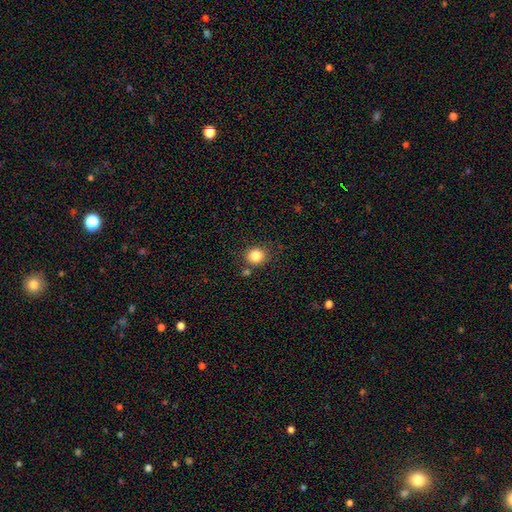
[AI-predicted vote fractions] Smooth or featured? smooth (84%)
How rounded? round (81%)
Merging? none (79%)